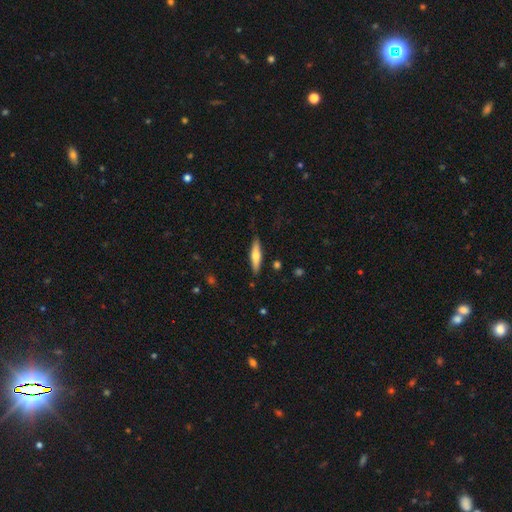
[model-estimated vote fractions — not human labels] smooth 51%, featured or disk 43%, star or artifact 6%. Down the decision tree: how rounded — cigar-shaped (78%); merging — none (86%).